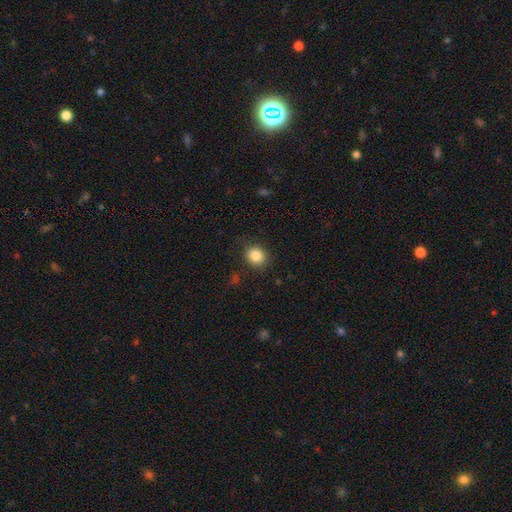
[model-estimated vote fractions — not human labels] A smooth galaxy with no disk features (86%) that is round (67%).

Vote fractions:
- Smooth or featured? smooth: 86% / star or artifact: 9% / featured or disk: 5%
- How rounded? round: 67% / in between: 32% / cigar-shaped: 1%
- Merging? none: 86% / minor disturbance: 9% / major disturbance: 3% / merger: 1%